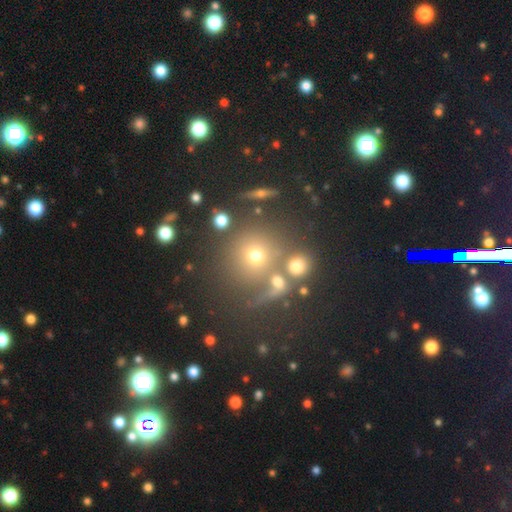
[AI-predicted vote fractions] Smooth or featured? Predicted: smooth (p=0.55). How rounded? Predicted: round (p=0.90). Merging? Predicted: none (p=0.69).